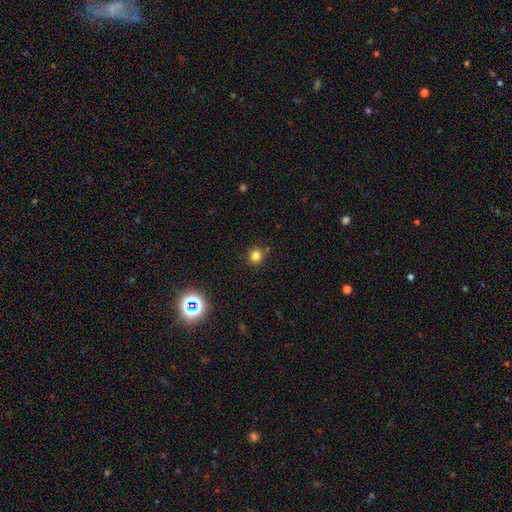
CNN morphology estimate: This appears to be a smooth galaxy with no disk features (79%) that is round (89%). Merging: none (86%).